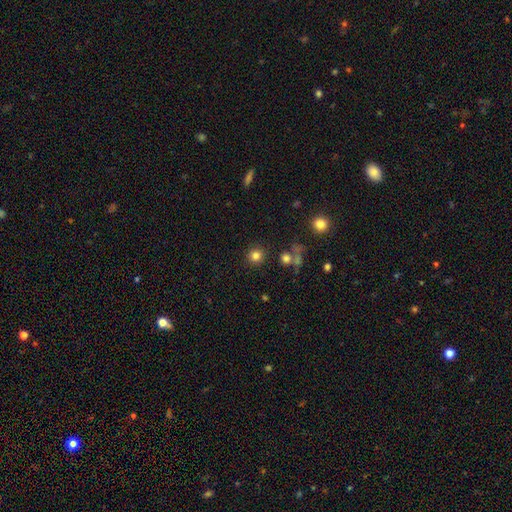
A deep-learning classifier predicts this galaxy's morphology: smooth 81%, star or artifact 14%, featured or disk 6%. Down the decision tree: how rounded — round (92%); merging — none (87%).